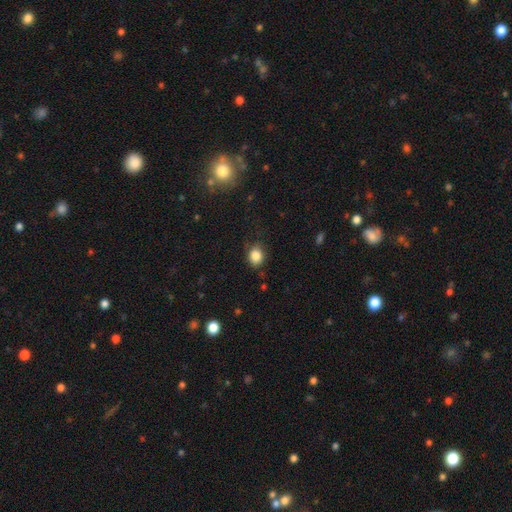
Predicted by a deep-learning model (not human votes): This appears to be a smooth galaxy with no disk features (86%) that is round (55%). Merging: none (75%).